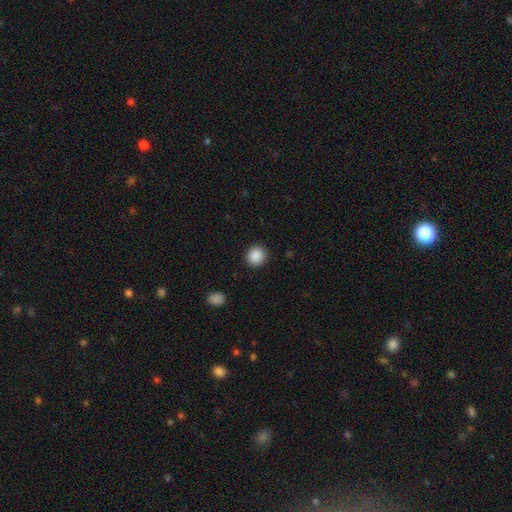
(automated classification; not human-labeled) Smooth or featured? Predicted: smooth (p=0.88). How rounded? Predicted: round (p=0.90). Merging? Predicted: none (p=0.91).